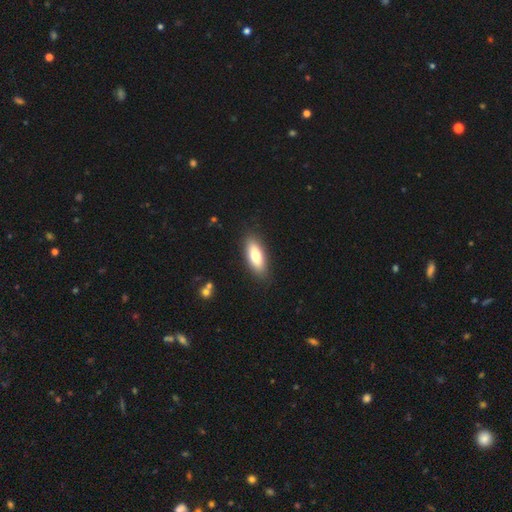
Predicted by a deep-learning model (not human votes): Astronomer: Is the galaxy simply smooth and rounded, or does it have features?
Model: smooth — 75%.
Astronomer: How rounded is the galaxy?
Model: in between — 70%.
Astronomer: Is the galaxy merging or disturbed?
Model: none — 87%.